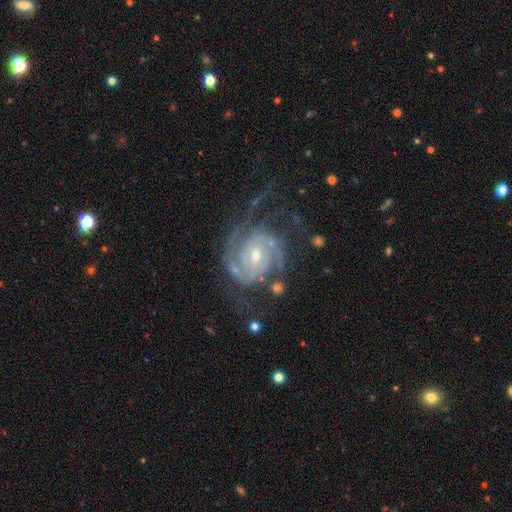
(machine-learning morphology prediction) A featured or disk galaxy (91%) with no bar (55%), 2 (52%) tight (61%) spiral arms (98%) and a small central bulge (59%).

Vote fractions:
- Smooth or featured? featured or disk: 91% / star or artifact: 5% / smooth: 4%
- Edge-on disk? no: 98% / yes: 2%
- Bar? no: 55% / weak: 33% / strong: 12%
- Spiral arms? yes: 98% / no: 2%
- Spiral winding? tight: 61% / medium: 32% / loose: 6%
- Spiral arm count? 2: 52% / 3: 19% / can't tell: 14% / 4: 6% / 1: 4% / more than 4: 4%
- Bulge size? small: 59% / moderate: 38% / large: 1% / none: 1% / dominant: 1%
- Merging? none: 60% / minor disturbance: 19% / major disturbance: 17% / merger: 3%